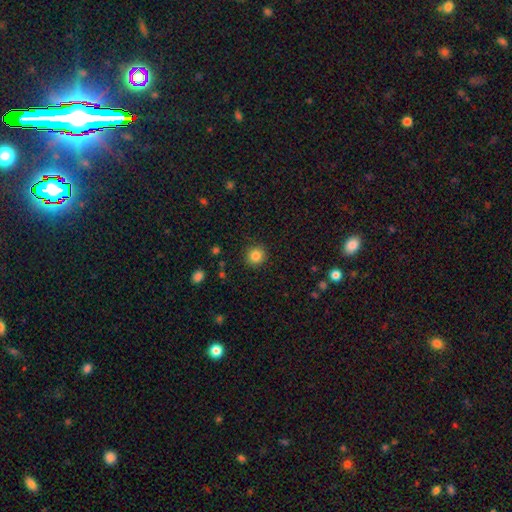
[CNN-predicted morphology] smooth-or-featured: smooth: 84% | star or artifact: 11% | featured or disk: 5%
  how-rounded: round: 90% | in between: 9% | cigar-shaped: 1%
  merging: none: 90% | minor disturbance: 7% | major disturbance: 2% | merger: 1%